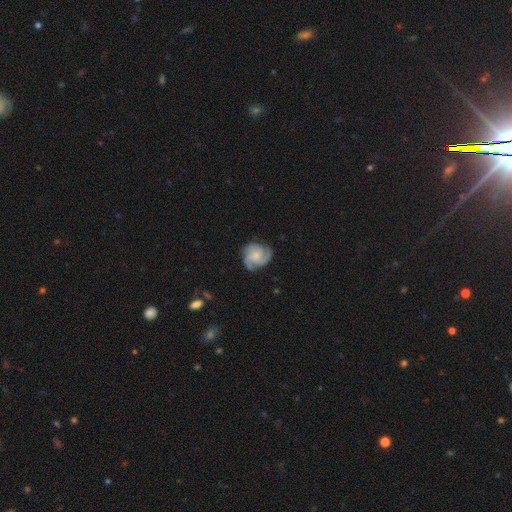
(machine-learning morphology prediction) Smooth or featured?
  - featured or disk: 77% *
  - smooth: 16%
  - star or artifact: 6%
Edge-on disk?
  - no: 98% *
  - yes: 2%
Bar?
  - no: 73% *
  - weak: 23%
  - strong: 3%
Spiral arms?
  - yes: 96% *
  - no: 4%
Spiral winding?
  - tight: 45% *
  - medium: 43%
  - loose: 11%
Spiral arm count?
  - 3: 62% *
  - 2: 11%
  - 4: 10%
  - can't tell: 9%
  - 1: 4%
  - more than 4: 4%
Bulge size?
  - small: 45% *
  - moderate: 29%
  - none: 20%
  - large: 5%
  - dominant: 2%
Merging?
  - none: 72% *
  - minor disturbance: 19%
  - major disturbance: 7%
  - merger: 1%